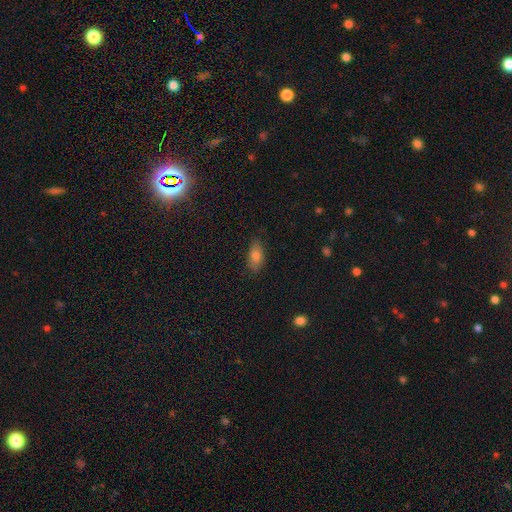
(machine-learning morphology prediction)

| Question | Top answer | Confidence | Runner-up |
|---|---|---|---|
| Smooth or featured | smooth | 78% | featured or disk (12%) |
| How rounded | in between | 87% | cigar-shaped (8%) |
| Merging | none | 82% | minor disturbance (14%) |